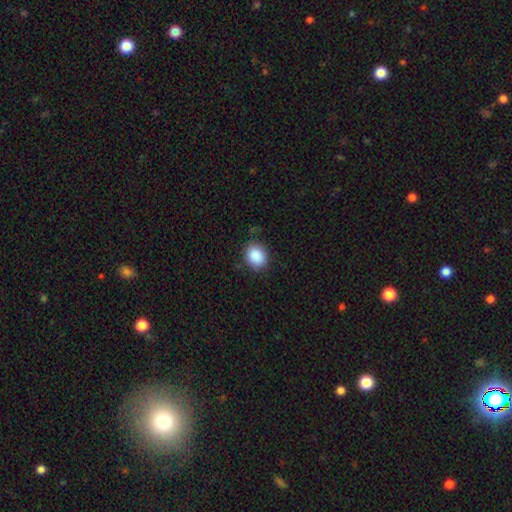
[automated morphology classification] smooth 88%, star or artifact 8%, featured or disk 3%. Down the decision tree: how rounded — round (57%); merging — none (84%).